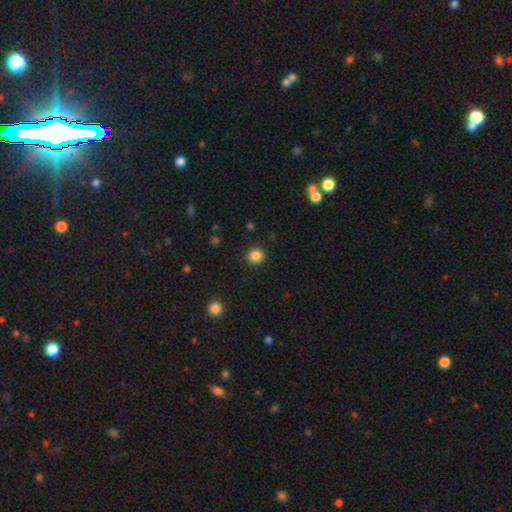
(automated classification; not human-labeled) Smooth or featured?
  - smooth: 85% *
  - star or artifact: 11%
  - featured or disk: 4%
How rounded?
  - round: 95% *
  - in between: 4%
  - cigar-shaped: 1%
Merging?
  - none: 92% *
  - minor disturbance: 5%
  - major disturbance: 2%
  - merger: 1%